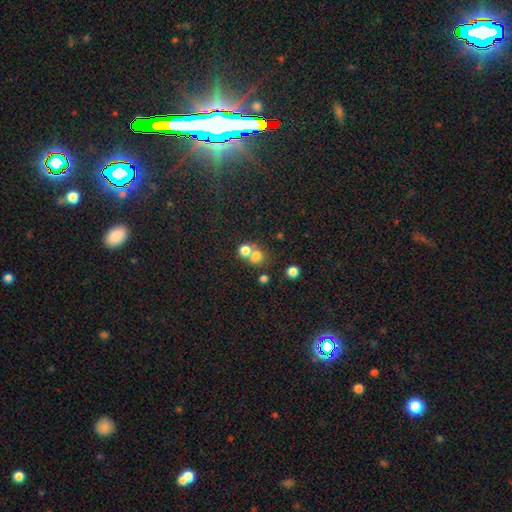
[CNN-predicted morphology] Smooth or featured? smooth (72%)
How rounded? round (74%)
Merging? merger (51%)